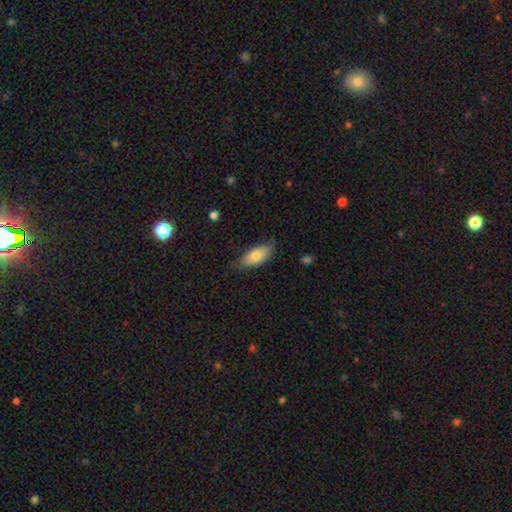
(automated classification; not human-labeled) smooth_or_featured: smooth (p=0.77) [alt: featured or disk p=0.17]
how_rounded: in between (p=0.85) [alt: cigar-shaped p=0.12]
merging: none (p=0.74) [alt: minor disturbance p=0.21]